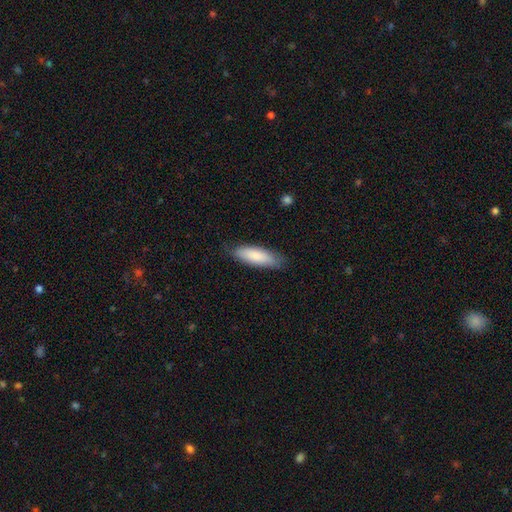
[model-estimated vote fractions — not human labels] Smooth or featured? smooth (83%)
How rounded? in between (53%)
Merging? none (83%)